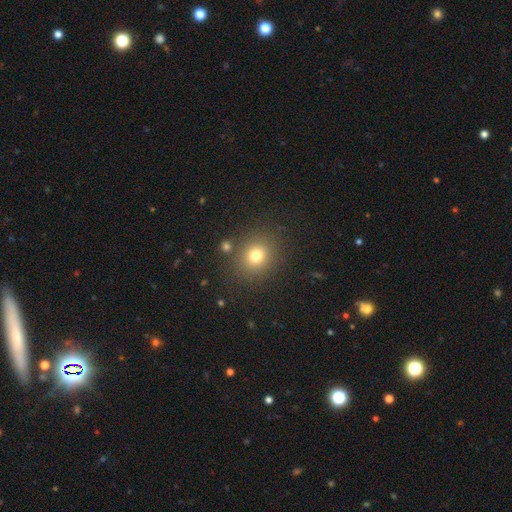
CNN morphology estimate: Smooth or featured?
  - smooth: 75% *
  - star or artifact: 16%
  - featured or disk: 9%
How rounded?
  - round: 80% *
  - in between: 19%
  - cigar-shaped: 1%
Merging?
  - none: 84% *
  - minor disturbance: 8%
  - merger: 4%
  - major disturbance: 4%